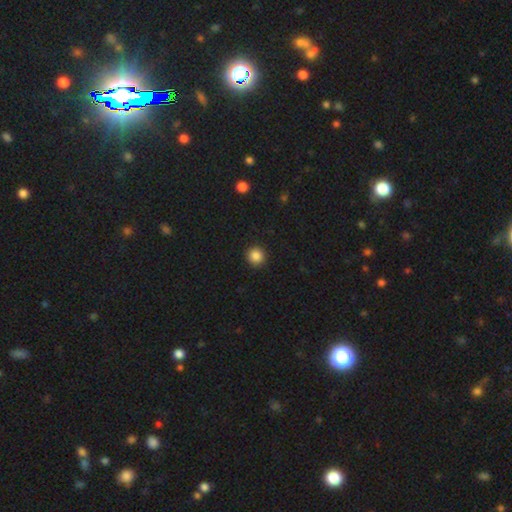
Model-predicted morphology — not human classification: Overall: smooth (86%). How rounded: round (95%). Merging: none (93%).